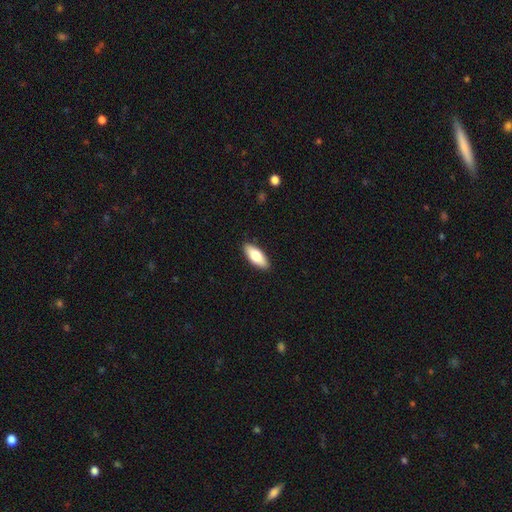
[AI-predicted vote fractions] A smooth galaxy with no disk features (76%) that is in between round and cigar-shaped (81%).

Vote fractions:
- Smooth or featured? smooth: 76% / featured or disk: 18% / star or artifact: 6%
- How rounded? in between: 81% / cigar-shaped: 17% / round: 2%
- Merging? none: 89% / minor disturbance: 8% / major disturbance: 2% / merger: 1%